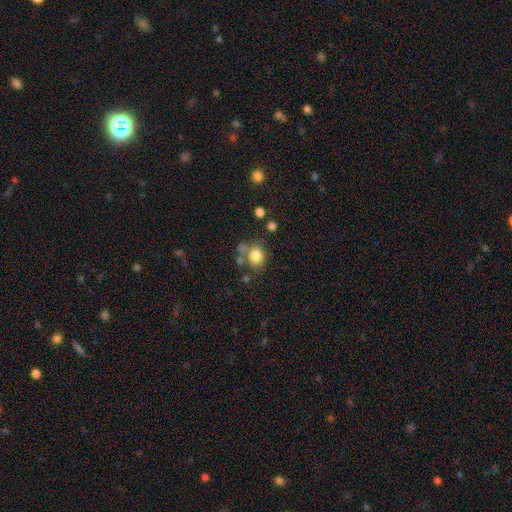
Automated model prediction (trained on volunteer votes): Q: Smooth or featured?
A: smooth (81%); runner-up: star or artifact (11%)
Q: How rounded?
A: round (63%); runner-up: in between (36%)
Q: Merging?
A: none (61%); runner-up: minor disturbance (16%)